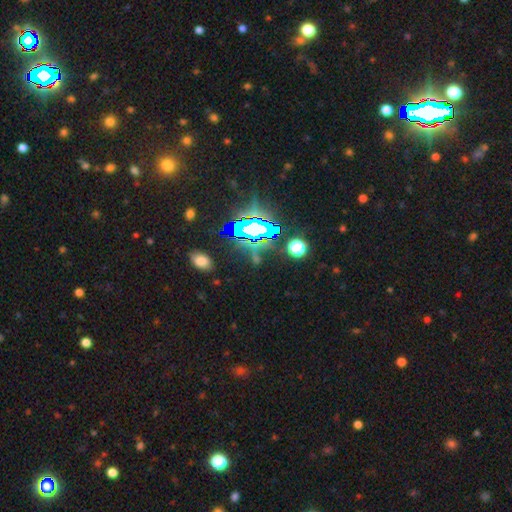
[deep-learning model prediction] Overall: star or artifact (71%).